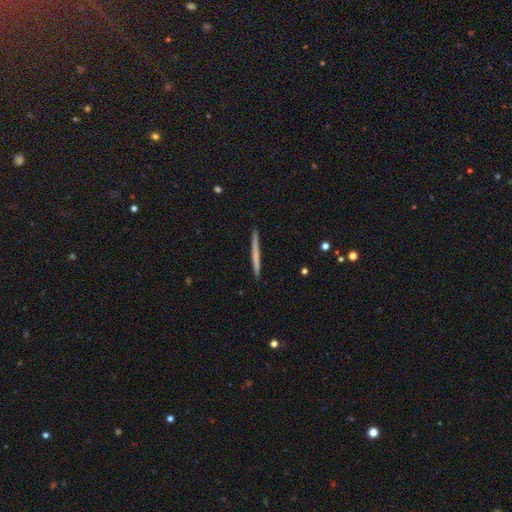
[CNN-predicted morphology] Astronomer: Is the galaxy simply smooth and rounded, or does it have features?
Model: smooth — 56% (runner-up: featured or disk, 38%).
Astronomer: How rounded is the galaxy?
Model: cigar-shaped — 97%.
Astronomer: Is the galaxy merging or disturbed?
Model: none — 92%.